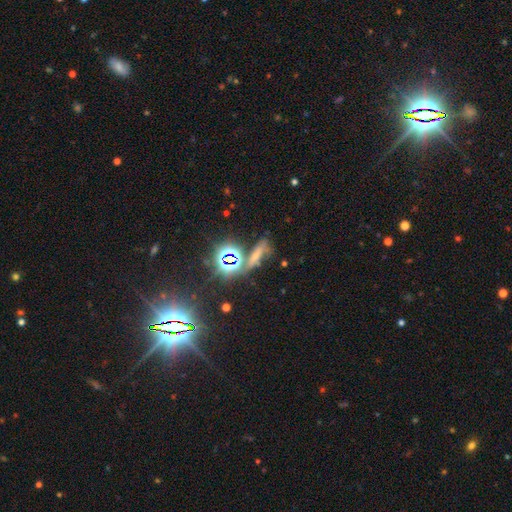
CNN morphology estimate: smooth-or-featured: smooth: 43% | star or artifact: 41% | featured or disk: 16%
  merging: none: 52% | merger: 18% | minor disturbance: 18% | major disturbance: 12%